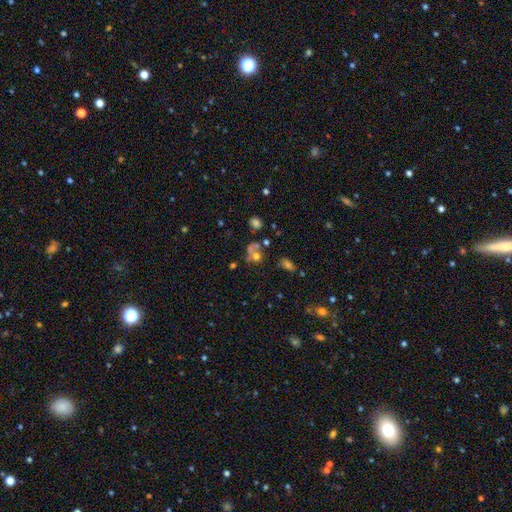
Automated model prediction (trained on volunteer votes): Smooth or featured: smooth — 54% (featured or disk — 25%)
How rounded: round — 65% (in between — 34%)
Merging: merger — 35% (none — 33%)